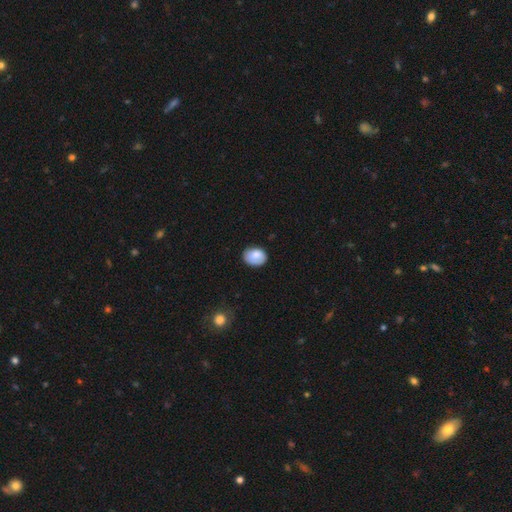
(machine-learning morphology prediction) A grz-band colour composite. It shows a smooth galaxy with no disk features (80%) that is in between round and cigar-shaped (63%). Merging: none (73%).